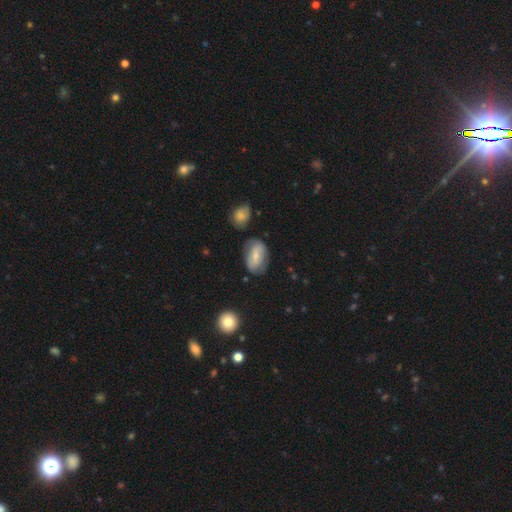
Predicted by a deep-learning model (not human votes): Overall: smooth (60%; featured or disk 33%). How rounded: in between (86%). Merging: none (62%; minor disturbance 24%).